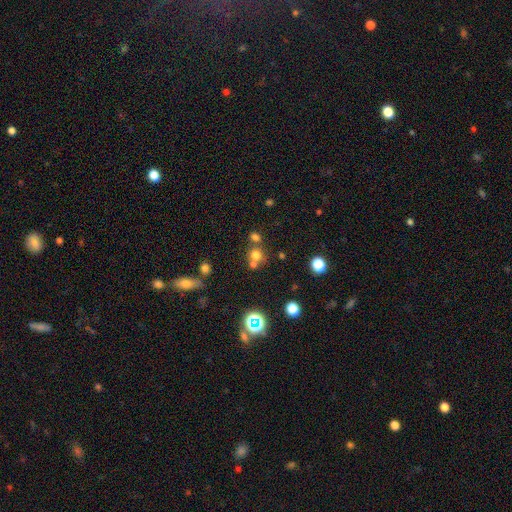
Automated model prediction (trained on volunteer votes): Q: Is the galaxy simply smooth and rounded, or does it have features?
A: smooth — 67%.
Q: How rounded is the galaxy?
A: round — 87%.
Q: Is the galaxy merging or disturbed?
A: none — 55%.